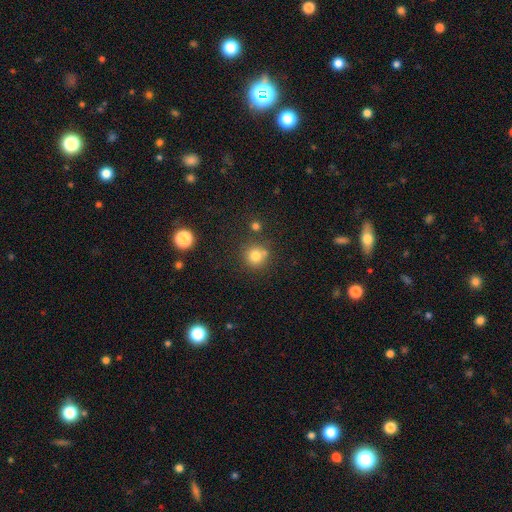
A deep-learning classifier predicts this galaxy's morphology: The model was most divided on "merging": none: 70%, merger: 15%, minor disturbance: 12%, major disturbance: 4%. More confident: how rounded — round (91%); smooth or featured — smooth (78%).